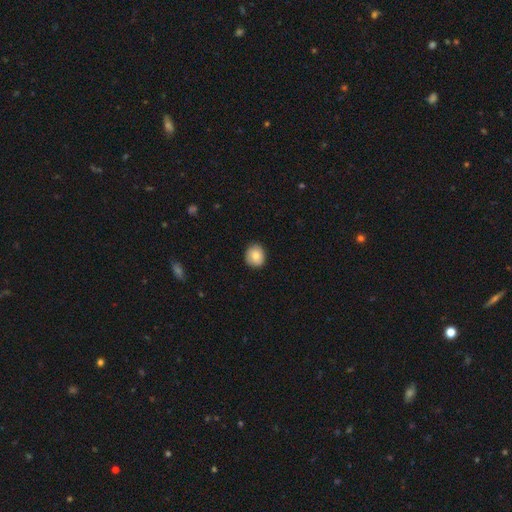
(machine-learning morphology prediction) type=smooth (82%); roundness=round (79%); merging=none (86%).